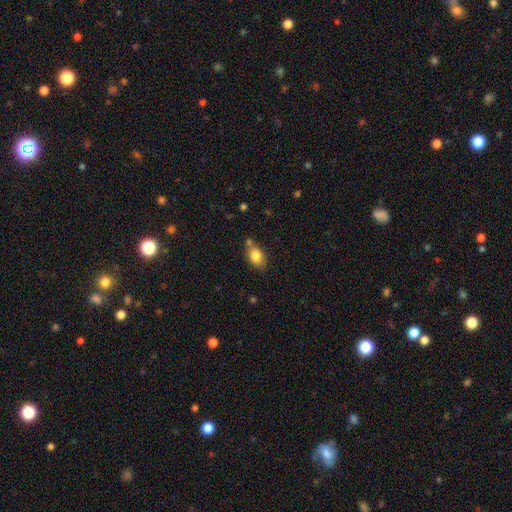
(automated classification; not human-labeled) A smooth galaxy with no disk features (81%) that is in between round and cigar-shaped (80%).

Vote fractions:
- Smooth or featured? smooth: 81% / featured or disk: 10% / star or artifact: 8%
- How rounded? in between: 80% / round: 19% / cigar-shaped: 2%
- Merging? none: 64% / minor disturbance: 18% / merger: 14% / major disturbance: 4%